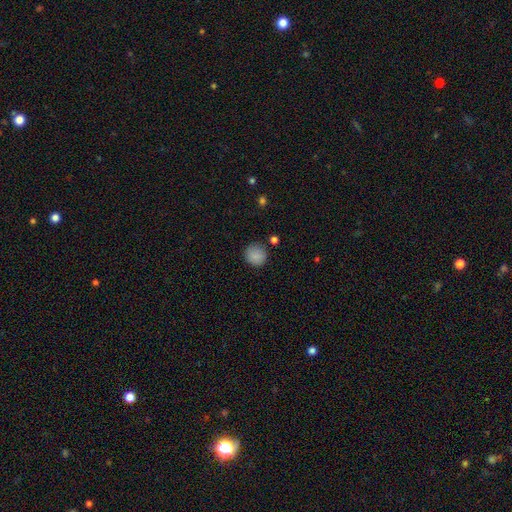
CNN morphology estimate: A smooth galaxy with no disk features (86%) that is round (92%).

Vote fractions:
- Smooth or featured? smooth: 86% / star or artifact: 9% / featured or disk: 5%
- How rounded? round: 92% / in between: 7% / cigar-shaped: 1%
- Merging? none: 83% / minor disturbance: 12% / major disturbance: 3% / merger: 3%